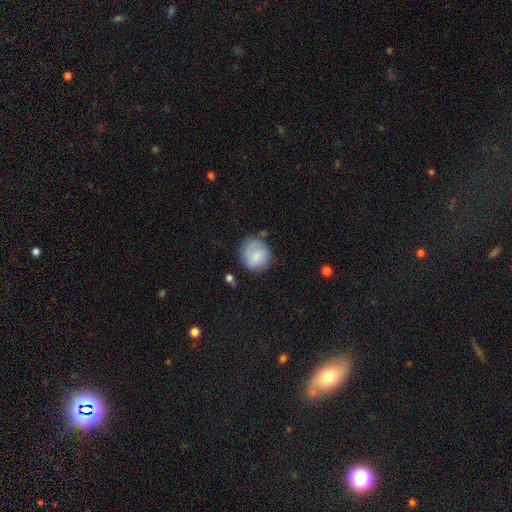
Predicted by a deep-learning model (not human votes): Q: Smooth or featured?
A: smooth (71%); runner-up: featured or disk (22%)
Q: How rounded?
A: round (83%); runner-up: in between (16%)
Q: Merging?
A: none (63%); runner-up: minor disturbance (24%)